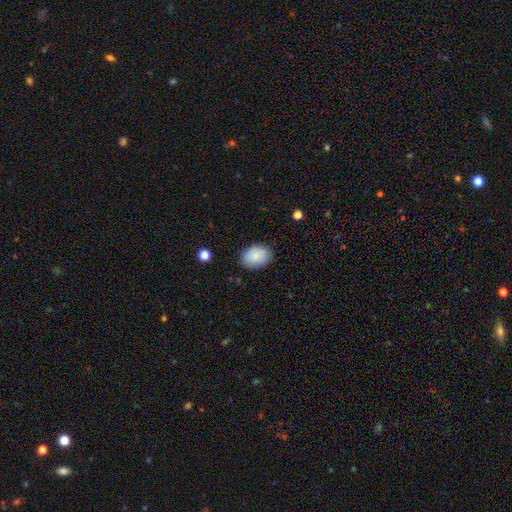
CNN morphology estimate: This appears to be a smooth galaxy with no disk features (84%) that is in between round and cigar-shaped (76%). Merging: none (83%).